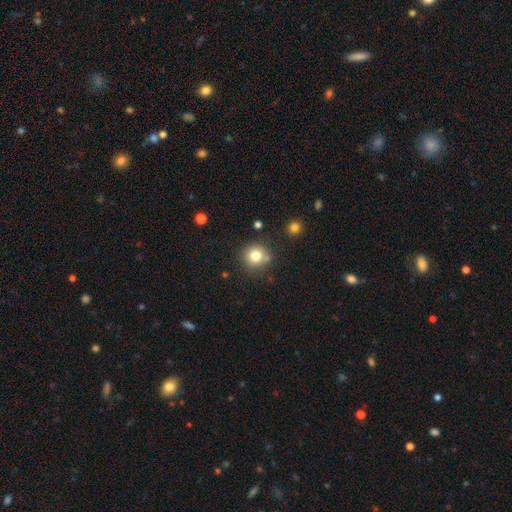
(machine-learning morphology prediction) smooth_or_featured: smooth (p=0.79) [alt: star or artifact p=0.12]
how_rounded: round (p=0.91) [alt: in between p=0.08]
merging: none (p=0.79) [alt: minor disturbance p=0.11]